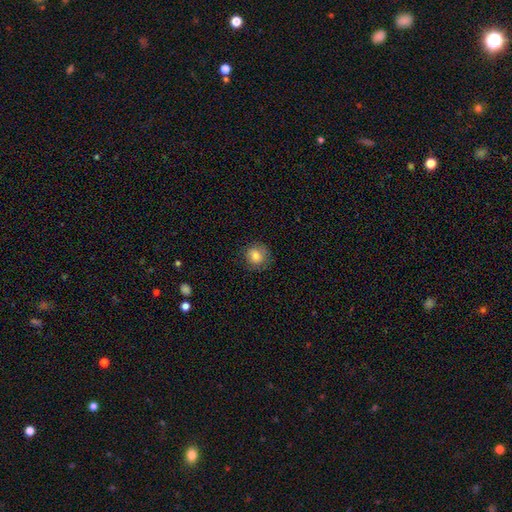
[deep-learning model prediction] Overall: smooth (78%). How rounded: round (87%). Merging: none (81%).